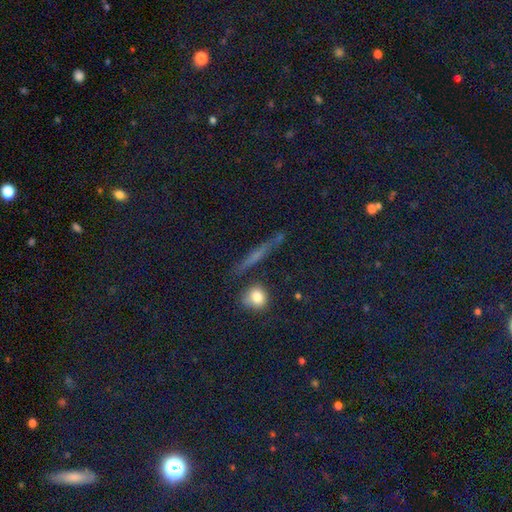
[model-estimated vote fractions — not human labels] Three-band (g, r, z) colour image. It shows a star or artifact, not a galaxy (42%).